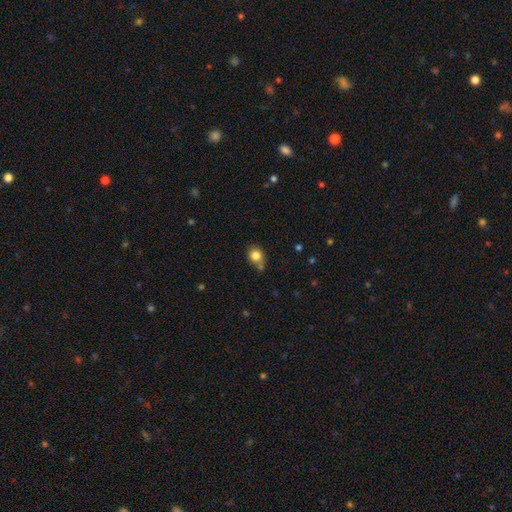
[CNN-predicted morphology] Overall: smooth (82%). How rounded: round (68%; in between 31%). Merging: none (56%; minor disturbance 24%).